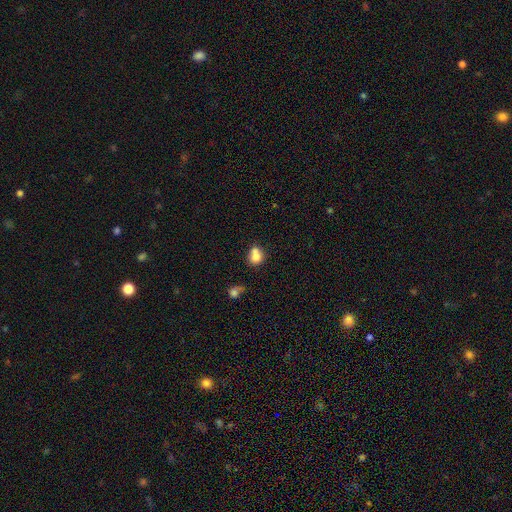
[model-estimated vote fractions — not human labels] A smooth galaxy with no disk features (75%) that is round (59%).

Vote fractions:
- Smooth or featured? smooth: 75% / featured or disk: 14% / star or artifact: 10%
- How rounded? round: 59% / in between: 40% / cigar-shaped: 1%
- Merging? merger: 47% / none: 33% / minor disturbance: 14% / major disturbance: 7%